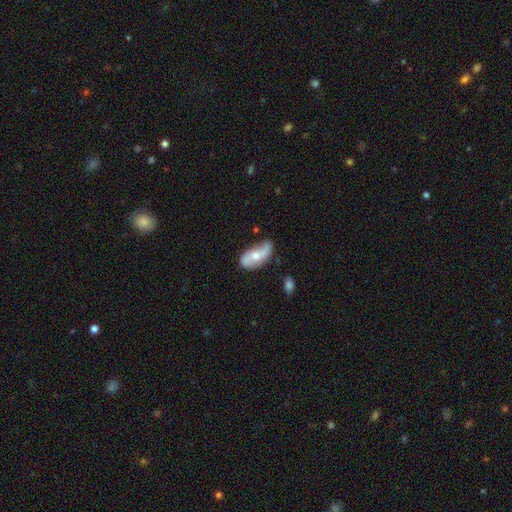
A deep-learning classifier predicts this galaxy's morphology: Smooth or featured? featured or disk (68%)
Edge-on disk? no (92%)
Bar? no (65%)
Spiral arms? yes (82%)
Spiral winding? loose (68%)
Spiral arm count? 2 (84%)
Bulge size? moderate (61%)
Merging? none (55%)